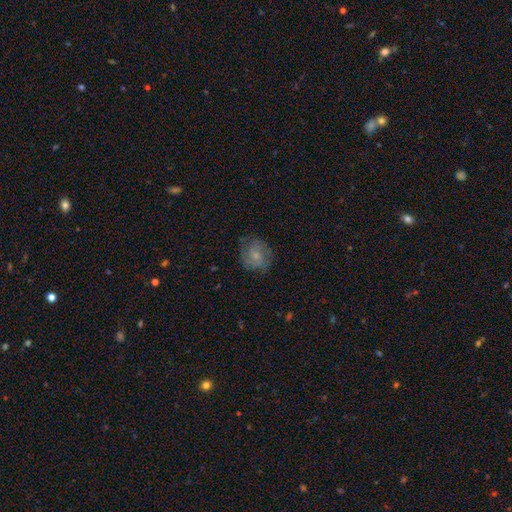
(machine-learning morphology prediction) type=smooth (48%); merging=none (74%).